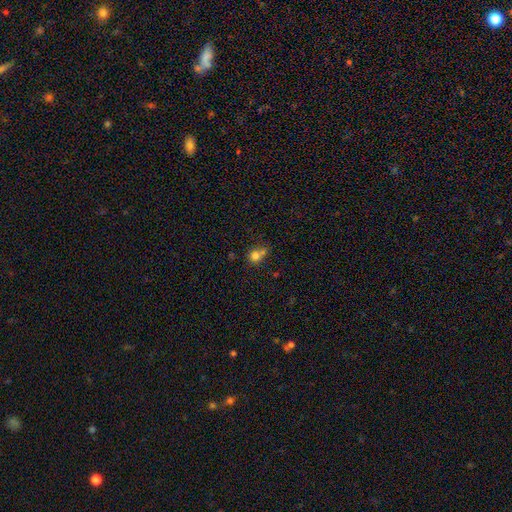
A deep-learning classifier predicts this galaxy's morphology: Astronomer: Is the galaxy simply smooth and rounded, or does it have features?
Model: smooth — 77%.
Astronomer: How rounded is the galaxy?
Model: round — 82%.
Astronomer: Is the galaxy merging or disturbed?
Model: none — 45% (runner-up: merger, 40%).